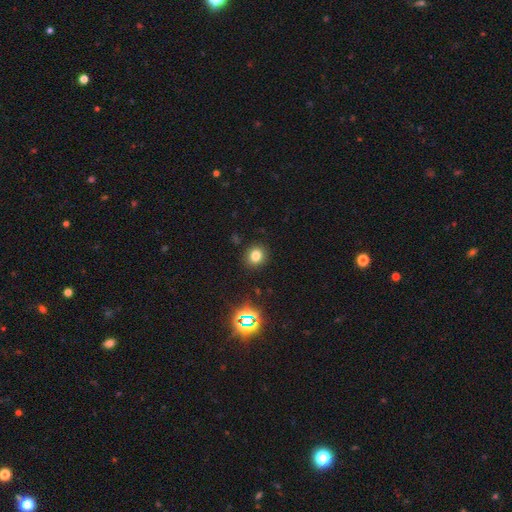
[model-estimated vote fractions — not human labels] Q: Smooth or featured?
A: smooth (77%); runner-up: star or artifact (16%)
Q: How rounded?
A: round (75%); runner-up: in between (24%)
Q: Merging?
A: none (89%); runner-up: minor disturbance (7%)